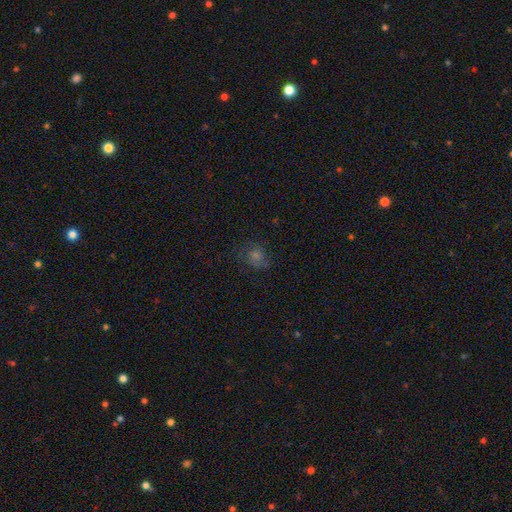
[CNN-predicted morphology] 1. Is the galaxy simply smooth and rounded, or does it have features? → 52% smooth, 28% star or artifact, 20% featured or disk.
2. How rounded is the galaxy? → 74% round, 25% in between, 1% cigar-shaped.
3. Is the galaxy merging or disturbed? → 69% none, 19% minor disturbance, 11% major disturbance, 2% merger.